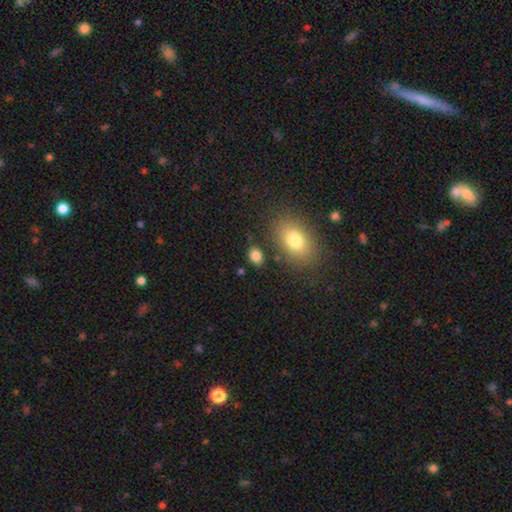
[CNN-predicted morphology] A smooth galaxy with no disk features (83%) that is in between round and cigar-shaped (74%). Merging: none (80%).